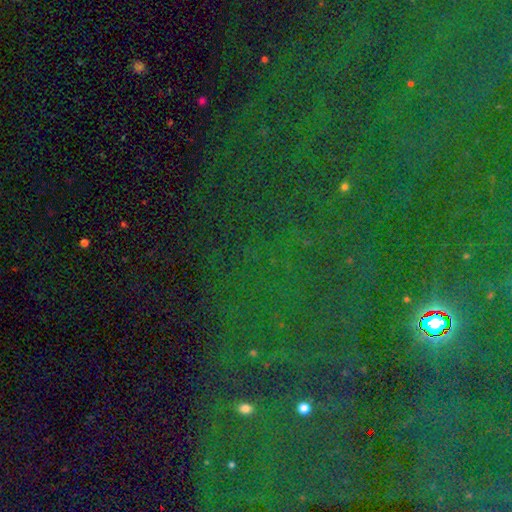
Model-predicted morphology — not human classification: Q: Smooth or featured?
A: star or artifact (82%); runner-up: smooth (9%)